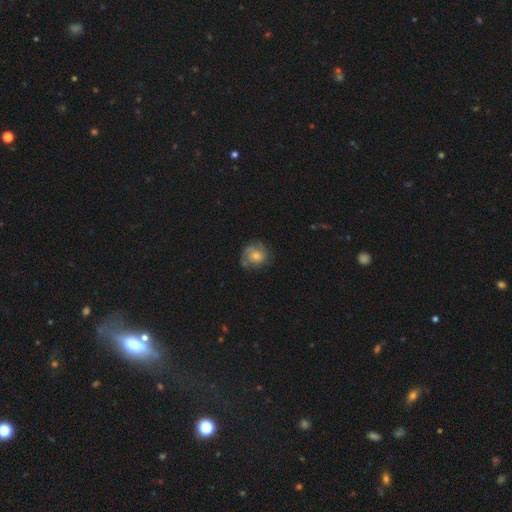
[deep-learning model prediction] This is possibly a smooth galaxy (50%). How rounded: likely round (78%). Merging: likely none (64%).